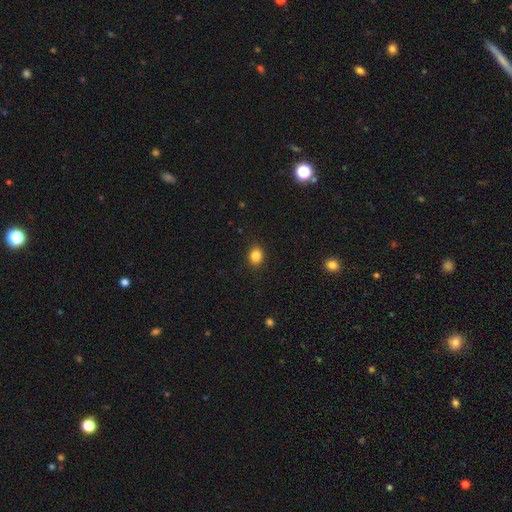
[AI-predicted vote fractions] smooth_or_featured: smooth (p=0.85) [alt: star or artifact p=0.11]
how_rounded: round (p=0.58) [alt: in between p=0.41]
merging: none (p=0.90) [alt: minor disturbance p=0.07]